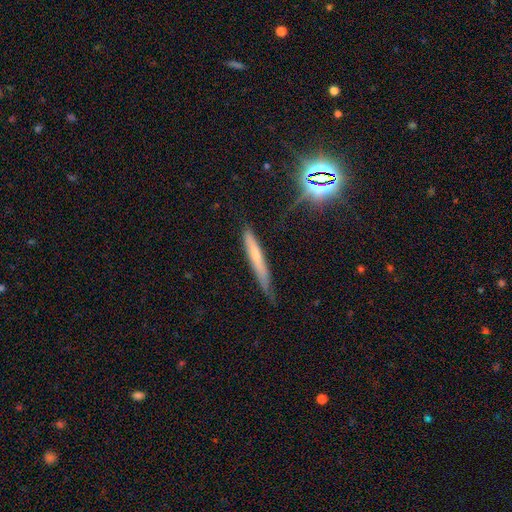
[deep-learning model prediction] Q: Smooth or featured?
A: smooth (45%); runner-up: featured or disk (41%)
Q: Merging?
A: none (69%); runner-up: minor disturbance (24%)